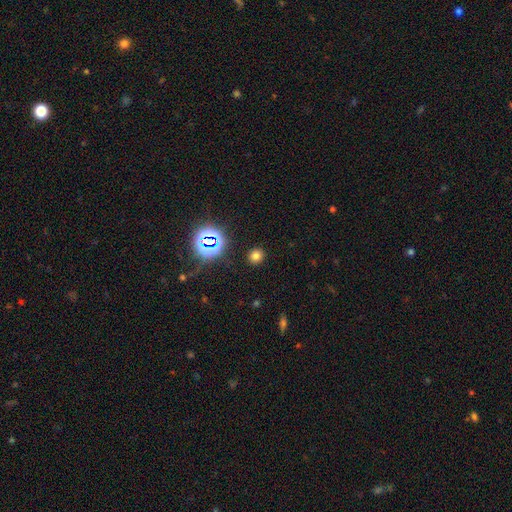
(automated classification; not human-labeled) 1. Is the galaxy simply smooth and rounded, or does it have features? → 70% smooth, 24% star or artifact, 7% featured or disk.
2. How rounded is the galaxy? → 87% round, 12% in between, 1% cigar-shaped.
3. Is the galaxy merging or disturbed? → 89% none, 7% minor disturbance, 3% major disturbance, 1% merger.